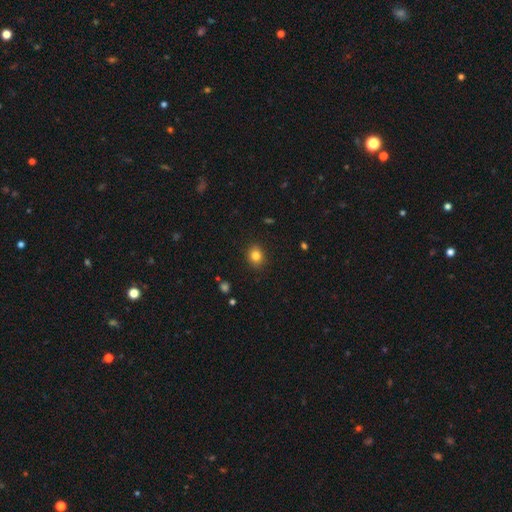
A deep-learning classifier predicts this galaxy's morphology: A smooth galaxy with no disk features (82%) that is round (67%).

Vote fractions:
- Smooth or featured? smooth: 82% / star or artifact: 12% / featured or disk: 6%
- How rounded? round: 67% / in between: 32% / cigar-shaped: 1%
- Merging? none: 89% / minor disturbance: 7% / major disturbance: 2% / merger: 1%